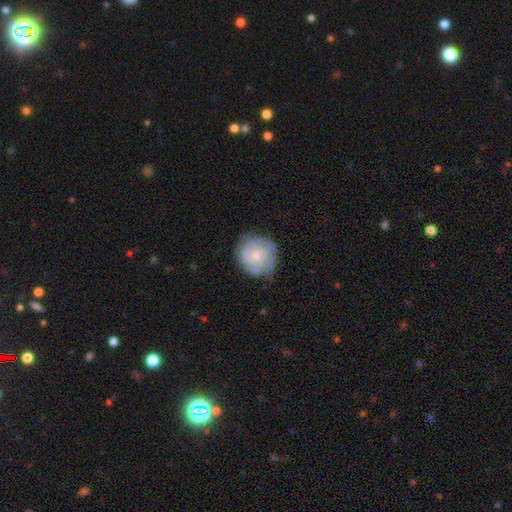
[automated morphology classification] Smooth or featured? featured or disk (48%)
Merging? none (64%)